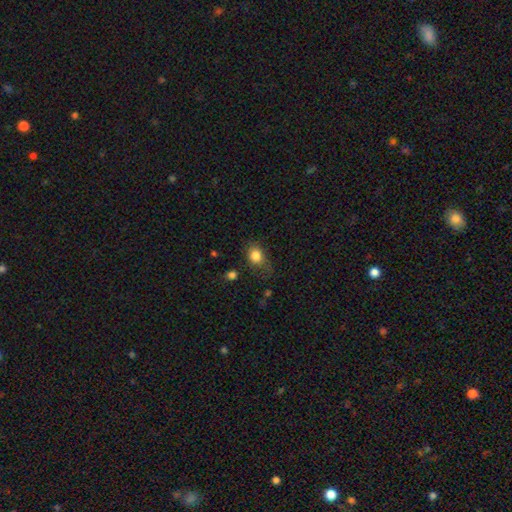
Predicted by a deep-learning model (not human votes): Overall: smooth (83%). How rounded: round (50%; in between 49%). Merging: none (54%; minor disturbance 28%).